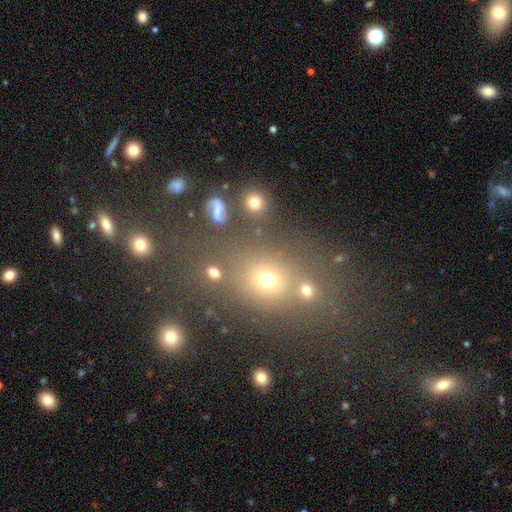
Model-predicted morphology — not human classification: A smooth galaxy with no disk features (47%).

Vote fractions:
- Smooth or featured? smooth: 47% / star or artifact: 39% / featured or disk: 14%
- Merging? none: 68% / merger: 13% / minor disturbance: 12% / major disturbance: 7%